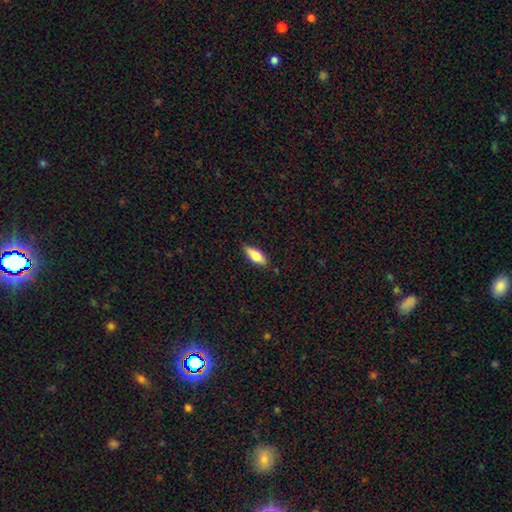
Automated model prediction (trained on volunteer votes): smooth-or-featured: smooth: 68% | featured or disk: 25% | star or artifact: 6%
  how-rounded: in between: 69% | cigar-shaped: 28% | round: 3%
  merging: none: 84% | minor disturbance: 13% | major disturbance: 2% | merger: 1%